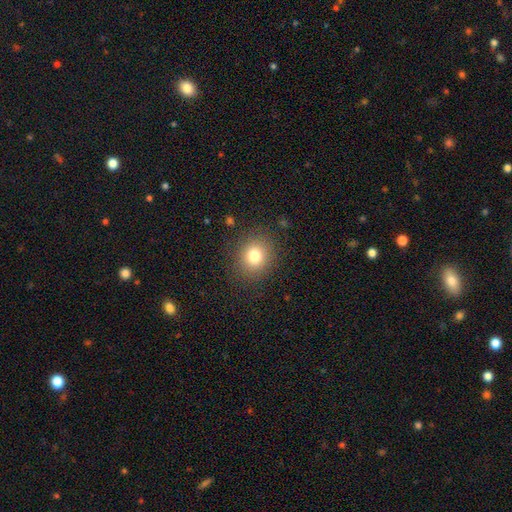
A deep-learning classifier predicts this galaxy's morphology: A smooth galaxy with no disk features (73%) that is round (84%).

Vote fractions:
- Smooth or featured? smooth: 73% / star or artifact: 21% / featured or disk: 7%
- How rounded? round: 84% / in between: 15% / cigar-shaped: 1%
- Merging? none: 91% / minor disturbance: 5% / major disturbance: 2% / merger: 1%